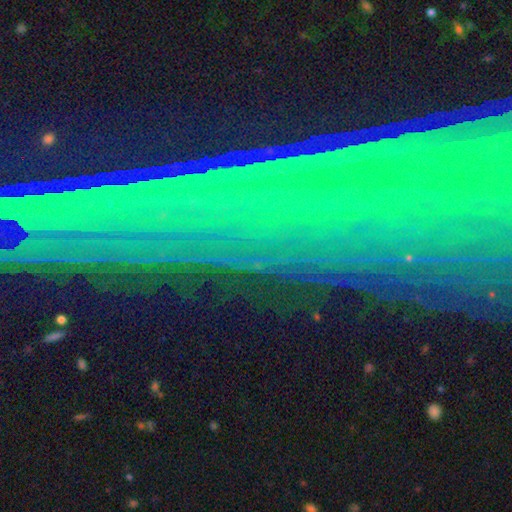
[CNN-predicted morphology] Smooth or featured: star or artifact — 79% (featured or disk — 11%)